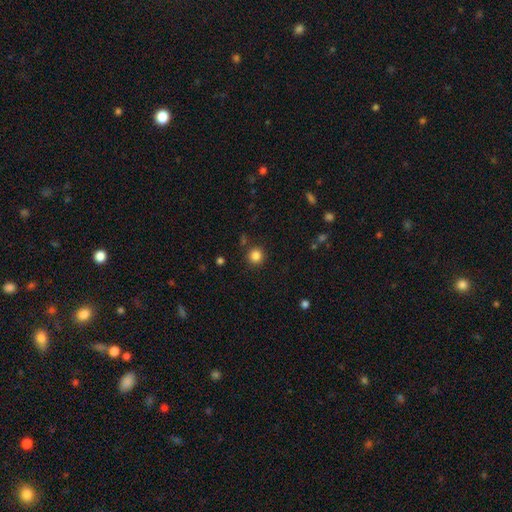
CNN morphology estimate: Overall: smooth (84%). How rounded: round (94%). Merging: none (89%).